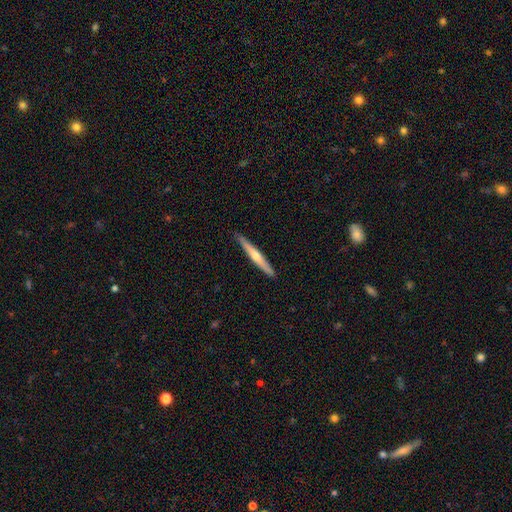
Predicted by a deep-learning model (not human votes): Smooth or featured: featured or disk — 55% (smooth — 39%)
Edge-on disk: yes — 96% (no — 4%)
Edge-on bulge: rounded — 75% (none — 22%)
Merging: none — 90% (minor disturbance — 8%)